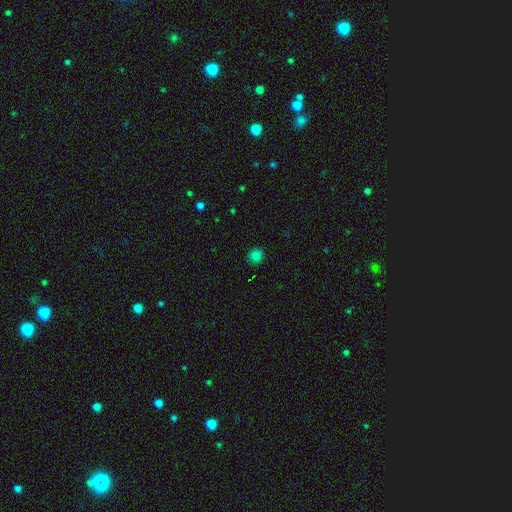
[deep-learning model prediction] smooth-or-featured: smooth: 81% | star or artifact: 14% | featured or disk: 5%
  how-rounded: round: 91% | in between: 8% | cigar-shaped: 1%
  merging: none: 91% | minor disturbance: 6% | major disturbance: 2% | merger: 1%